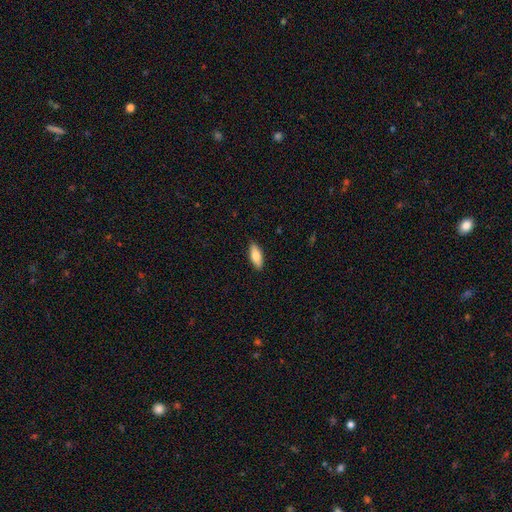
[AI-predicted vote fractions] This appears to be a smooth galaxy with no disk features (77%) that is in between round and cigar-shaped (73%). Merging: none (87%).